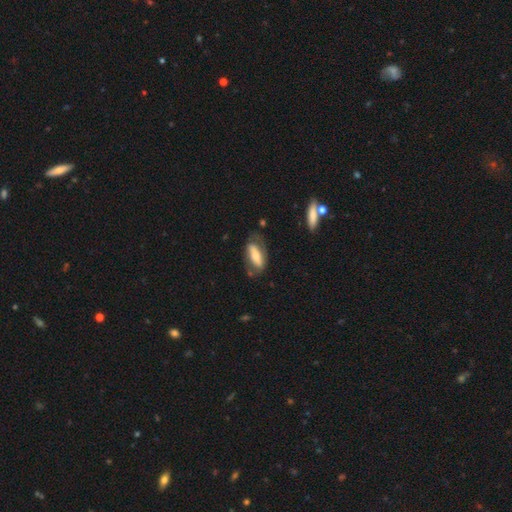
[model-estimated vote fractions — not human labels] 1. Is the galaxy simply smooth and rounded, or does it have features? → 50% featured or disk, 44% smooth, 6% star or artifact.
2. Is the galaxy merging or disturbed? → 59% none, 24% minor disturbance, 15% major disturbance, 3% merger.